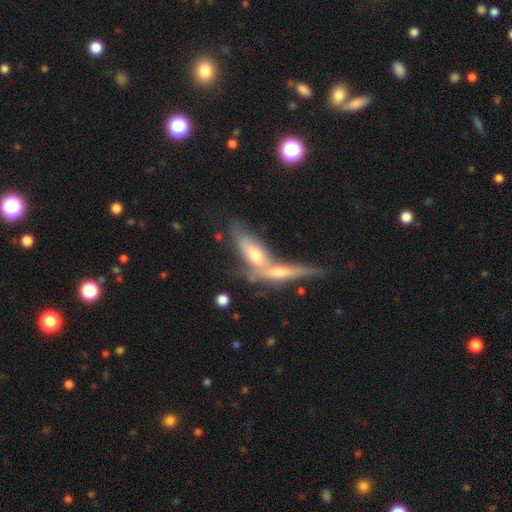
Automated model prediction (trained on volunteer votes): A featured or disk galaxy (47%). Merging: merger (58%).